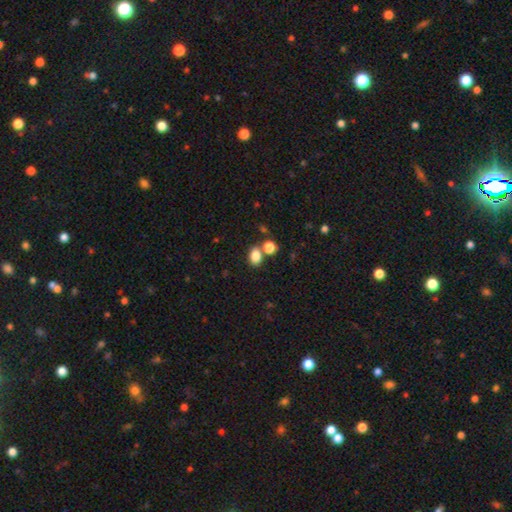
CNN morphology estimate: Smooth or featured: smooth — 83% (star or artifact — 11%)
How rounded: in between — 70% (round — 29%)
Merging: none — 64% (merger — 23%)